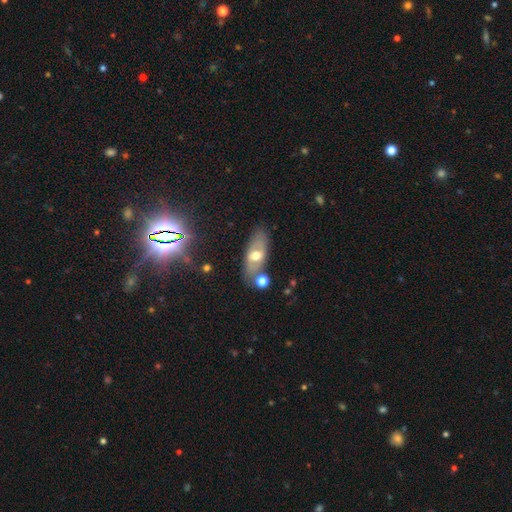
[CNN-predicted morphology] featured or disk 53%, smooth 39%, star or artifact 8%. Down the decision tree: edge-on disk — no (77%); merging — none (71%).